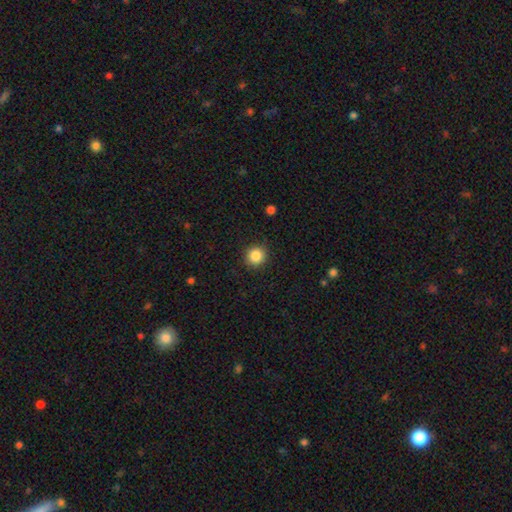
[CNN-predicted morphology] A smooth galaxy with no disk features (86%) that is round (92%).

Vote fractions:
- Smooth or featured? smooth: 86% / star or artifact: 10% / featured or disk: 4%
- How rounded? round: 92% / in between: 7% / cigar-shaped: 1%
- Merging? none: 89% / minor disturbance: 7% / major disturbance: 2% / merger: 1%